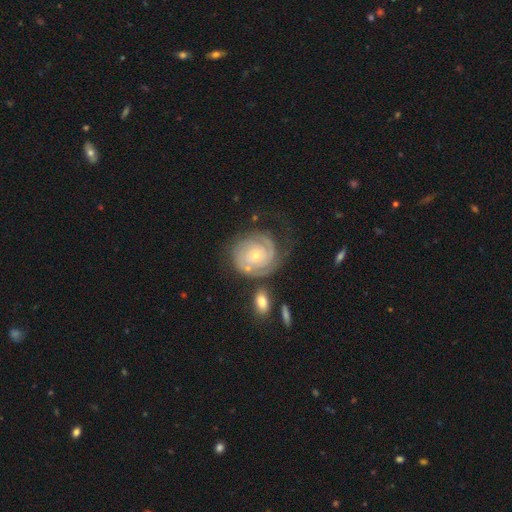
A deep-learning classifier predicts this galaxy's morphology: Smooth or featured?
  - featured or disk: 85% *
  - smooth: 10%
  - star or artifact: 6%
Edge-on disk?
  - no: 98% *
  - yes: 2%
Bar?
  - no: 76% *
  - weak: 20%
  - strong: 4%
Spiral arms?
  - yes: 96% *
  - no: 4%
Spiral winding?
  - tight: 78% *
  - medium: 17%
  - loose: 5%
Spiral arm count?
  - 2: 39% *
  - can't tell: 27%
  - 3: 17%
  - 1: 7%
  - 4: 6%
  - more than 4: 4%
Bulge size?
  - small: 68% *
  - moderate: 28%
  - large: 1%
  - none: 1%
  - dominant: 1%
Merging?
  - none: 59% *
  - minor disturbance: 20%
  - major disturbance: 14%
  - merger: 7%